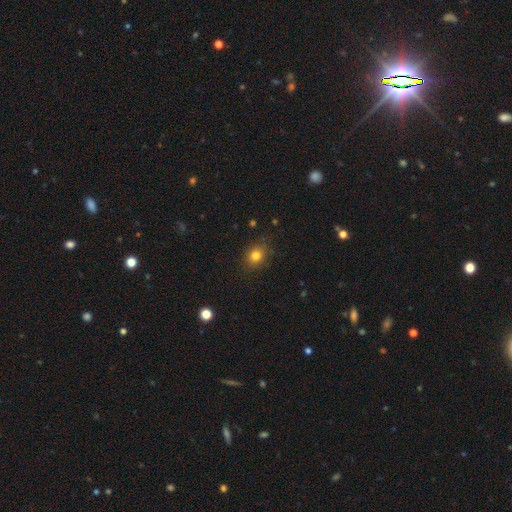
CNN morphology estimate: Smooth or featured? Predicted: smooth (p=0.81). How rounded? Predicted: round (p=0.60). Merging? Predicted: none (p=0.85).